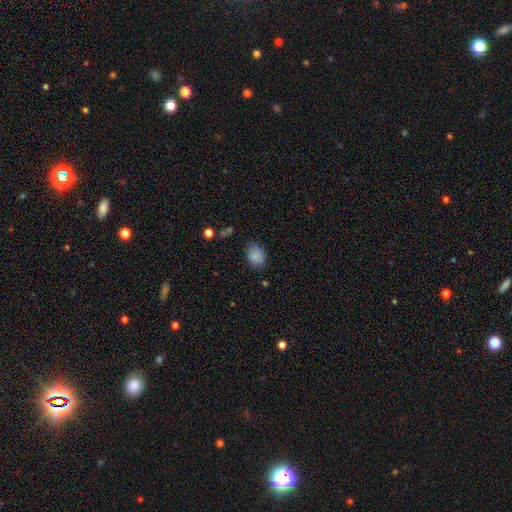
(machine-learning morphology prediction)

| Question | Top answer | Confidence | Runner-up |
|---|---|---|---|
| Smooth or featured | smooth | 83% | star or artifact (9%) |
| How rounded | in between | 64% | round (35%) |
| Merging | none | 76% | minor disturbance (18%) |